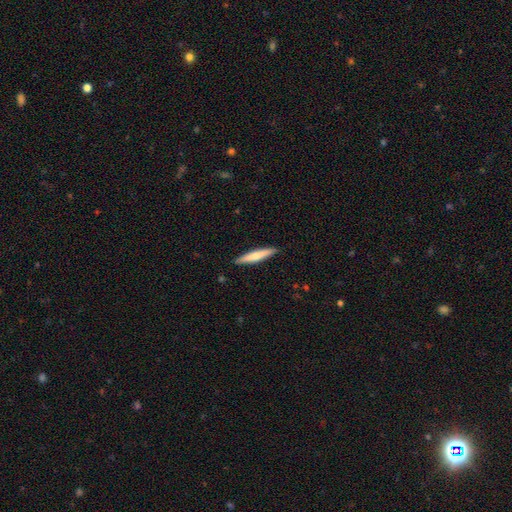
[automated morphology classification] This appears to be a smooth galaxy with no disk features (64%) that is cigar-shaped (92%). Merging: none (90%).